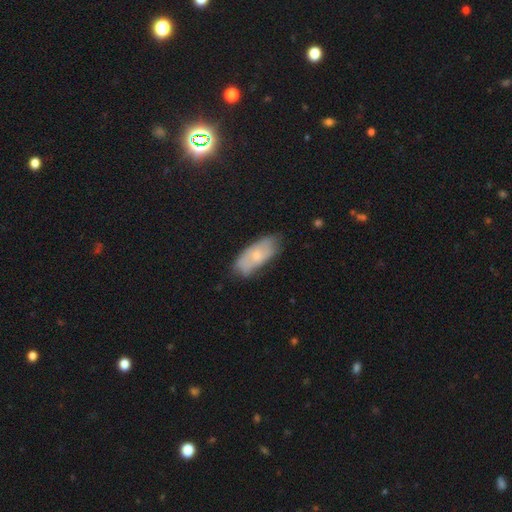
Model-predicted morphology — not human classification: Smooth or featured? smooth (58%)
How rounded? in between (83%)
Merging? none (65%)